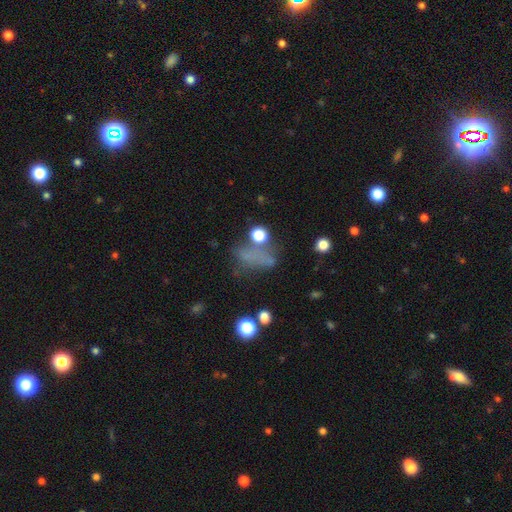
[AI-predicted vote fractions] smooth 49%, star or artifact 29%, featured or disk 22%. Down the decision tree: merging — none (42%).